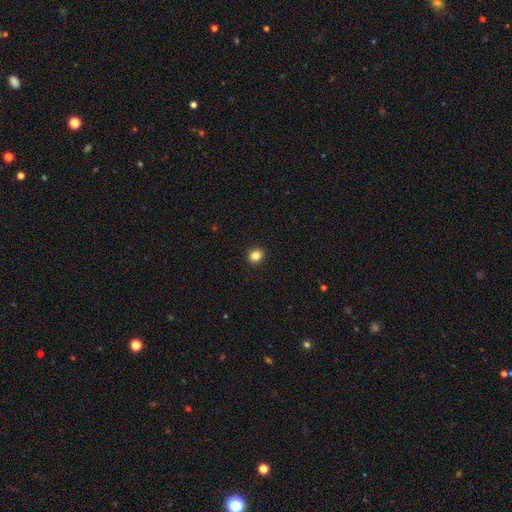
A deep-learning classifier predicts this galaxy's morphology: Q: Smooth or featured?
A: smooth (84%); runner-up: star or artifact (11%)
Q: How rounded?
A: round (81%); runner-up: in between (18%)
Q: Merging?
A: none (93%); runner-up: minor disturbance (4%)